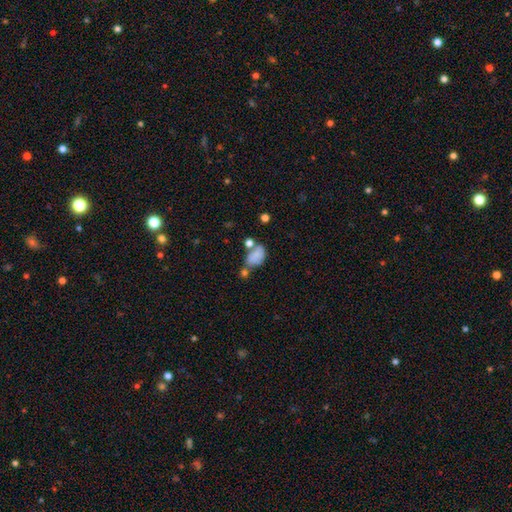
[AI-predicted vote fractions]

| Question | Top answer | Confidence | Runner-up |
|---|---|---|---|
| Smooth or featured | smooth | 75% | featured or disk (14%) |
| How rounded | in between | 85% | round (13%) |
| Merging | none | 33% | tied: merger (33%) |